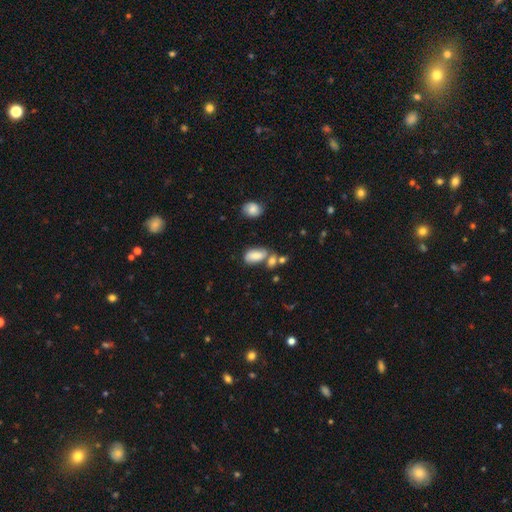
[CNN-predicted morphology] This is likely a smooth galaxy (77%). How rounded: clearly in between (91%). Merging: marginally none (44%).